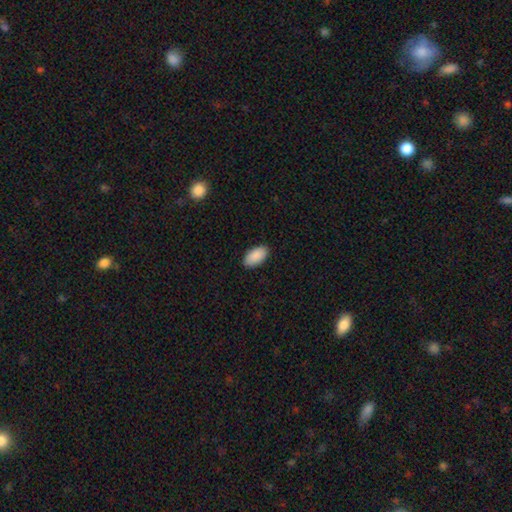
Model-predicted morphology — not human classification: smooth_or_featured: smooth (p=0.91) [alt: star or artifact p=0.06]
how_rounded: in between (p=0.96) [alt: cigar-shaped p=0.02]
merging: none (p=0.90) [alt: minor disturbance p=0.08]